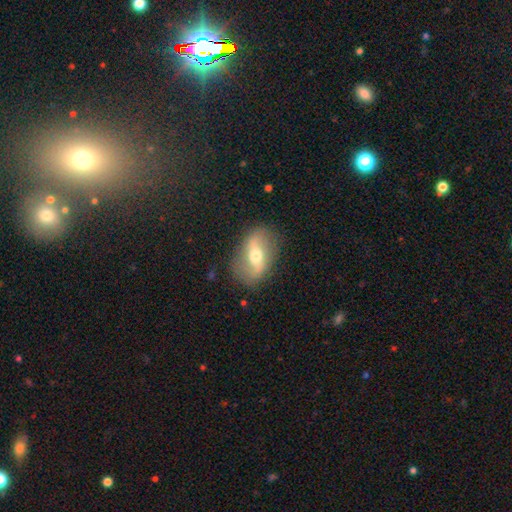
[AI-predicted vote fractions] smooth_or_featured: featured or disk (p=0.66) [alt: smooth p=0.27]
disk_edge_on: no (p=0.90) [alt: yes p=0.10]
bar: strong (p=0.39) [alt: weak p=0.37]
has_spiral_arms: yes (p=0.71) [alt: no p=0.29]
bulge_size: moderate (p=0.69) [alt: small p=0.20]
merging: none (p=0.80) [alt: minor disturbance p=0.13]